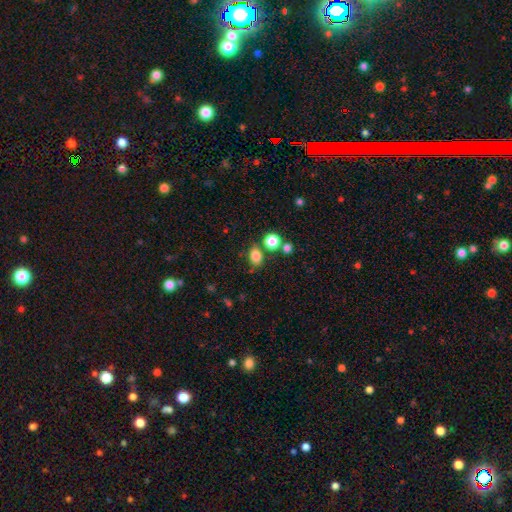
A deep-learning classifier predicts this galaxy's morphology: A smooth galaxy with no disk features (82%) that is in between round and cigar-shaped (64%). Merging: none (68%).